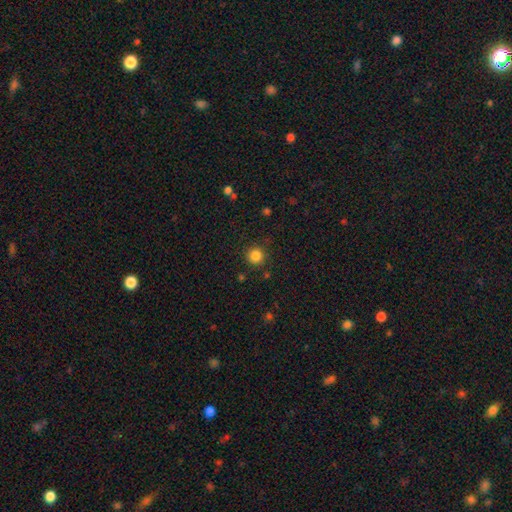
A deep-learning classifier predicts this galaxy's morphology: Smooth or featured? smooth (84%)
How rounded? round (94%)
Merging? none (88%)